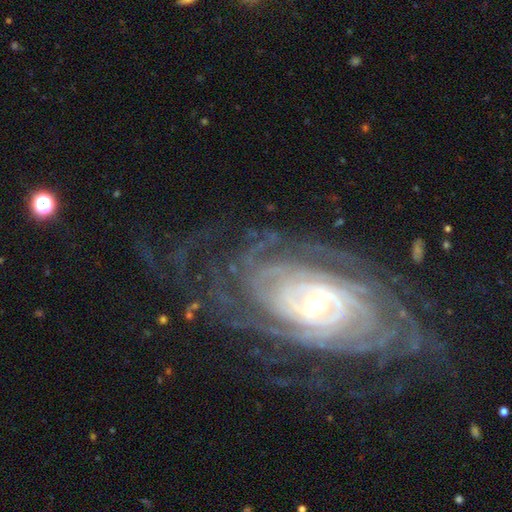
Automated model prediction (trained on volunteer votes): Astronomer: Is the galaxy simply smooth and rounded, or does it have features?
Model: featured or disk — 89%.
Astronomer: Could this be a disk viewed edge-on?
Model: no — 95%.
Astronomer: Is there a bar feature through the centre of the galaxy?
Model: no — 50% (runner-up: weak, 30%).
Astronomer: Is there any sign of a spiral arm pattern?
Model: yes — 97%.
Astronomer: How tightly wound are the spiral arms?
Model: tight — 82%.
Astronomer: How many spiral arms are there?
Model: can't tell — 31% (runner-up: more than 4, 26%).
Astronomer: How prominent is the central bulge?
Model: small — 52% (runner-up: moderate, 41%).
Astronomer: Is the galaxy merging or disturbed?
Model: none — 74%.